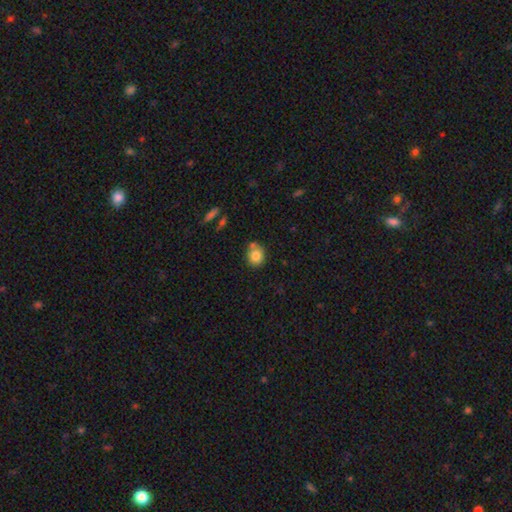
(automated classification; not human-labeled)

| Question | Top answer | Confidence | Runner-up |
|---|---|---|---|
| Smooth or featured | smooth | 82% | star or artifact (10%) |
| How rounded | round | 76% | in between (23%) |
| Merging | none | 64% | merger (16%) |